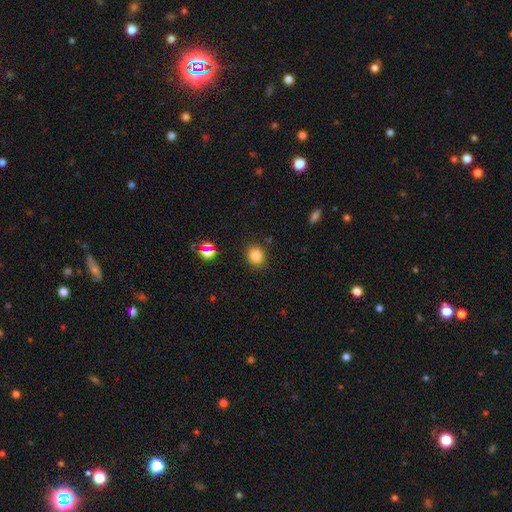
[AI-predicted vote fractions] Smooth or featured: smooth — 82% (star or artifact — 13%)
How rounded: round — 75% (in between — 24%)
Merging: none — 86% (minor disturbance — 8%)